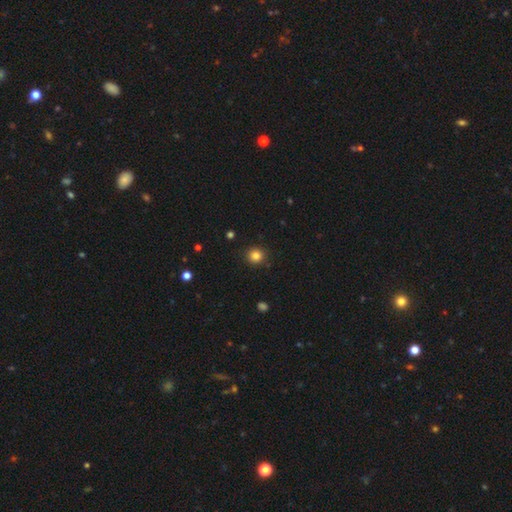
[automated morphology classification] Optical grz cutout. It shows a smooth galaxy with no disk features (83%) that is round (92%). Merging: none (90%).